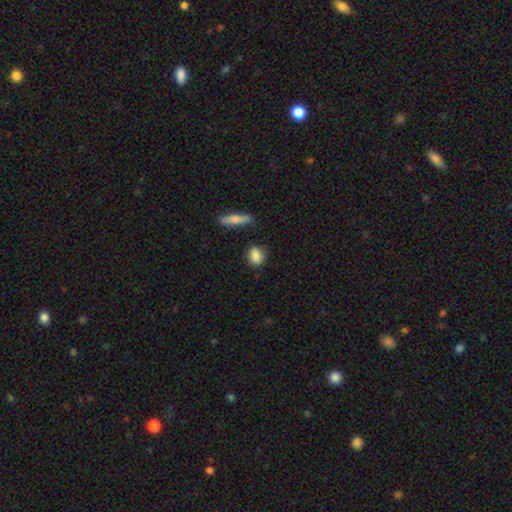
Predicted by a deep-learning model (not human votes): The model was most divided on "how rounded": in between: 48%, round: 47%, cigar-shaped: 5%. More confident: smooth or featured — smooth (85%); merging — none (81%).